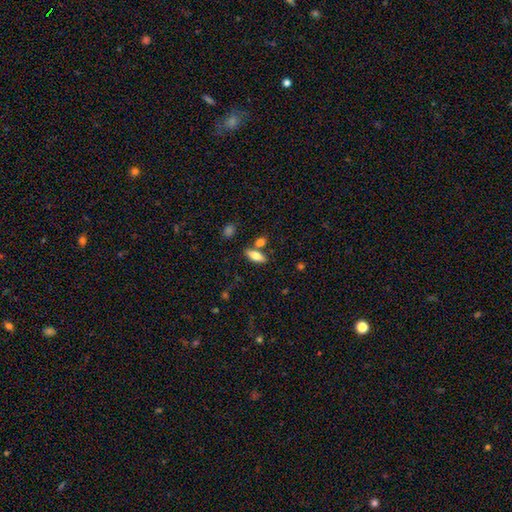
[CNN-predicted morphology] type=smooth (72%); roundness=in between (71%); merging=none (73%).